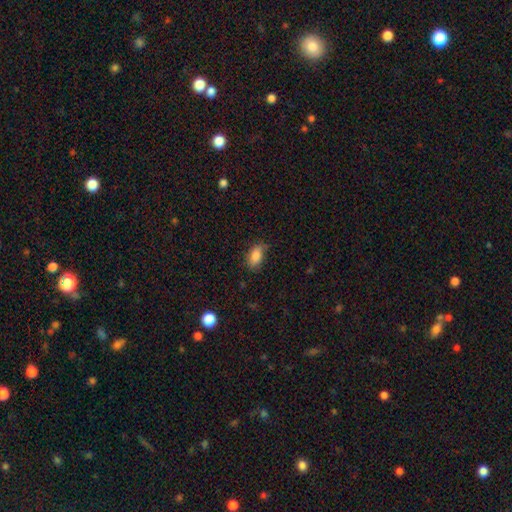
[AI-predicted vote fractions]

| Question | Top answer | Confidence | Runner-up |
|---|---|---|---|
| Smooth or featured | smooth | 84% | featured or disk (8%) |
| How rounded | in between | 89% | round (6%) |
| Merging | none | 67% | minor disturbance (26%) |